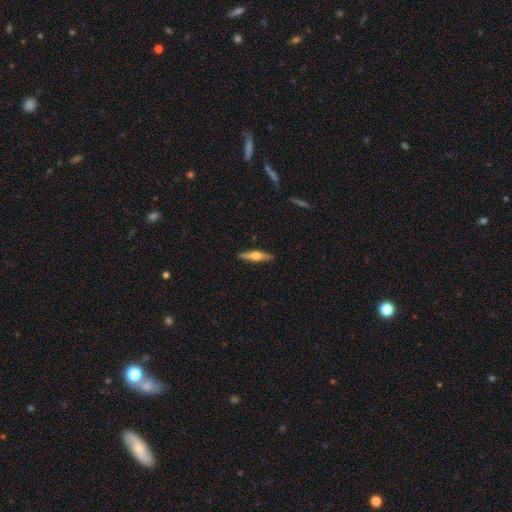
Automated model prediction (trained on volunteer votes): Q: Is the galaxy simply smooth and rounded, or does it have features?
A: featured or disk — 55%.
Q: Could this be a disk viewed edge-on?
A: yes — 95%.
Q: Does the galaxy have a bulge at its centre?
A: rounded — 92%.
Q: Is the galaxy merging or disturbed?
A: none — 90%.